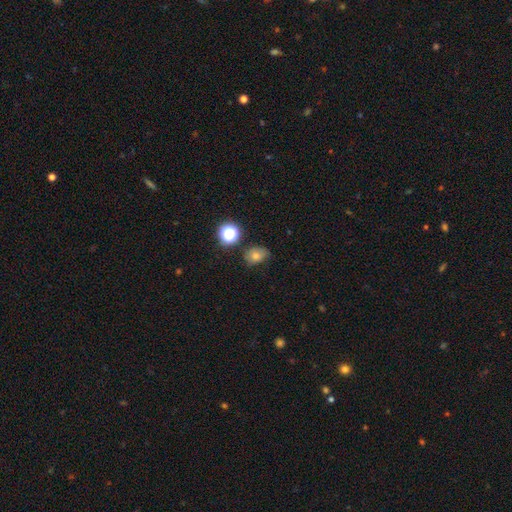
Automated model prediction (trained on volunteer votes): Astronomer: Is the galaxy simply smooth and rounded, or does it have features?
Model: smooth — 62%.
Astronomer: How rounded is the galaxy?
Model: in between — 56% (runner-up: round, 42%).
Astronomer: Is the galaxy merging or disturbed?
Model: none — 72%.